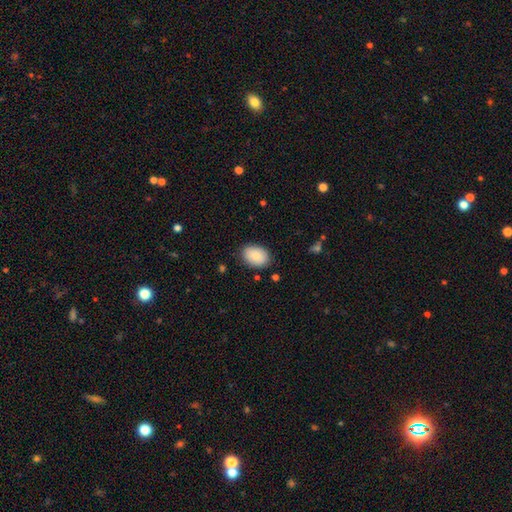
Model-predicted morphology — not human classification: Smooth or featured: smooth — 81% (featured or disk — 12%)
How rounded: in between — 79% (round — 20%)
Merging: none — 83% (minor disturbance — 13%)